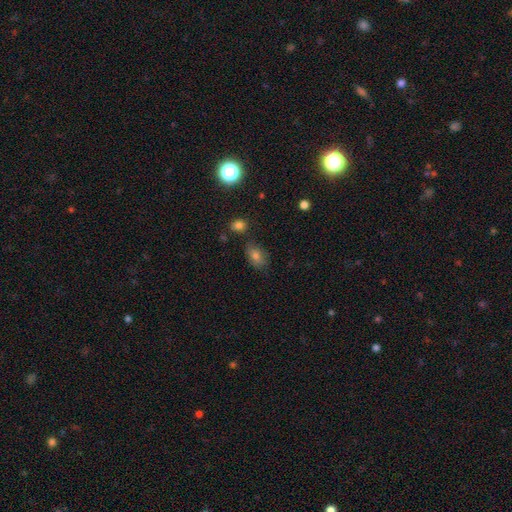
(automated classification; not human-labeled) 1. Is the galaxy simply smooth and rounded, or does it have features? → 73% smooth, 15% star or artifact, 11% featured or disk.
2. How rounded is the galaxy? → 79% in between, 19% round, 2% cigar-shaped.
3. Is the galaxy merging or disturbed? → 75% none, 16% minor disturbance, 5% merger, 4% major disturbance.